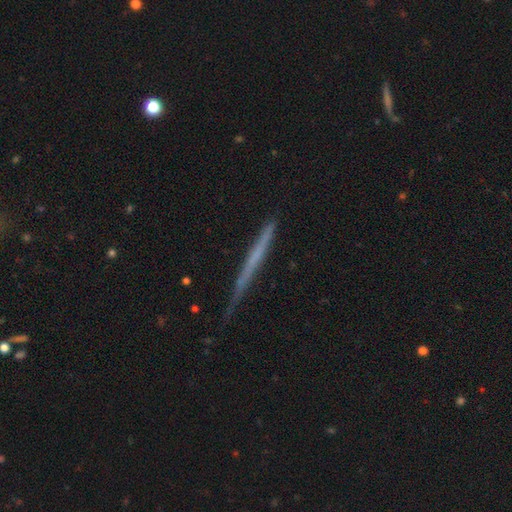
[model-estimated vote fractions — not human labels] This is possibly a featured or disk galaxy (50%). It is clearly viewed edge-on (96%). Merging: likely none (79%).